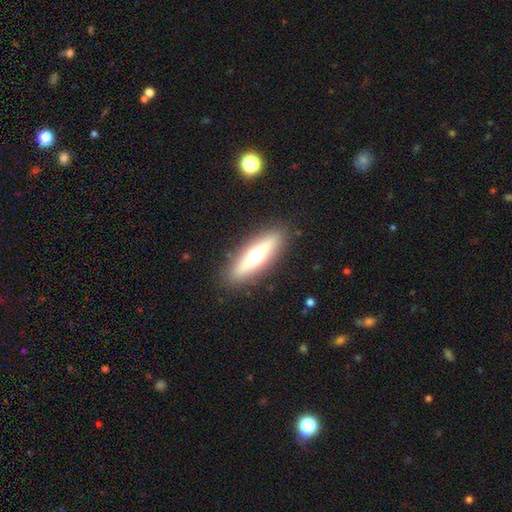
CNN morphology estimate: Q: Smooth or featured?
A: featured or disk (47%); tied with: smooth (47%)
Q: Merging?
A: none (88%); runner-up: minor disturbance (8%)